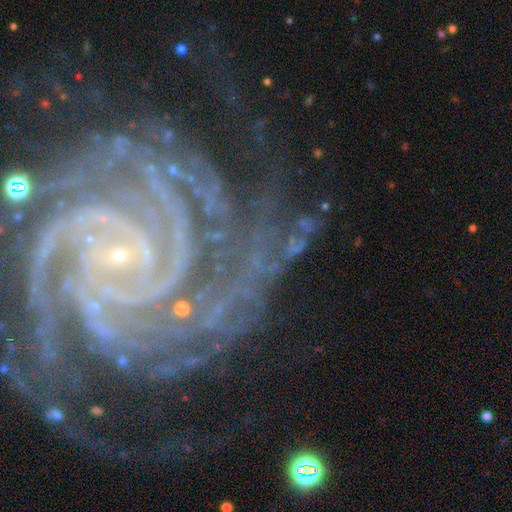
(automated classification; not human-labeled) A featured or disk galaxy (92%) with no bar (52%), 4 (22%) tight (79%) spiral arms (99%) and a small central bulge (89%). Merging: none (68%).